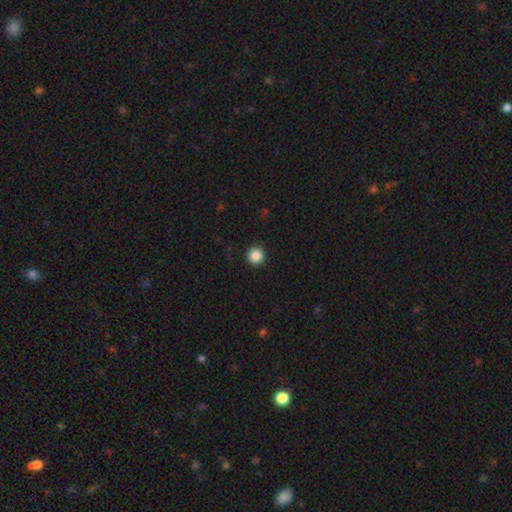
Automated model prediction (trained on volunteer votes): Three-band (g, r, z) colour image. It shows a smooth galaxy with no disk features (87%) that is round (96%). Merging: none (93%).